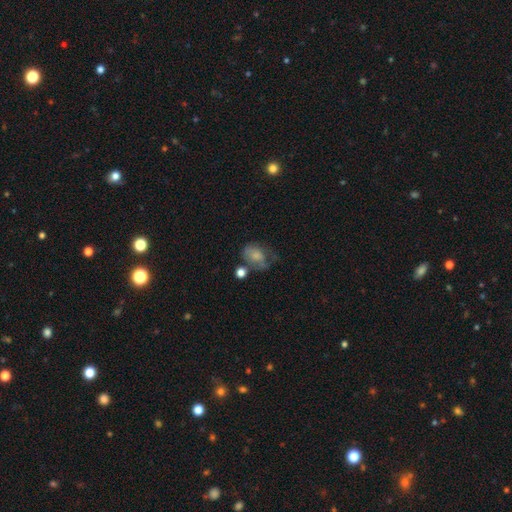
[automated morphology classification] A smooth galaxy with no disk features (63%) that is in between round and cigar-shaped (68%). Merging: major disturbance (32%).